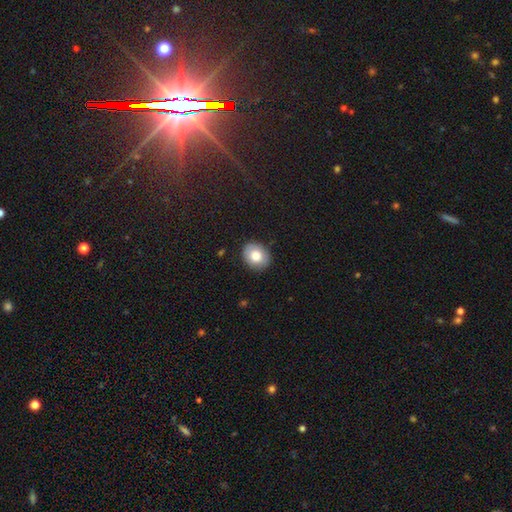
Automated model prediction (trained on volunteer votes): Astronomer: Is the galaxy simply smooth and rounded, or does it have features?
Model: smooth — 78%.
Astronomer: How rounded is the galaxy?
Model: round — 60% (runner-up: in between, 39%).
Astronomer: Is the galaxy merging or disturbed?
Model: none — 87%.